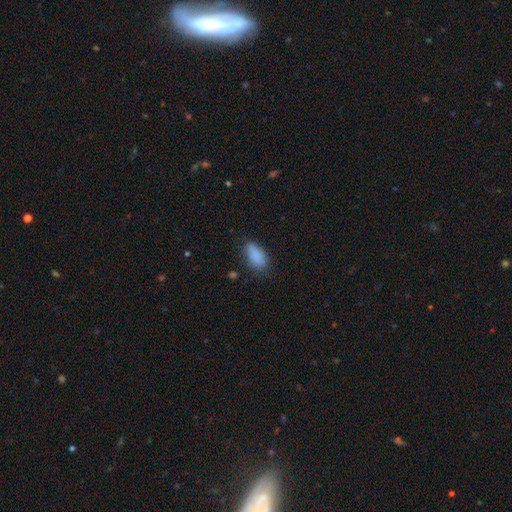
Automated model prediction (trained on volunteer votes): Smooth or featured: smooth — 84% (star or artifact — 9%)
How rounded: in between — 90% (cigar-shaped — 6%)
Merging: none — 62% (minor disturbance — 27%)